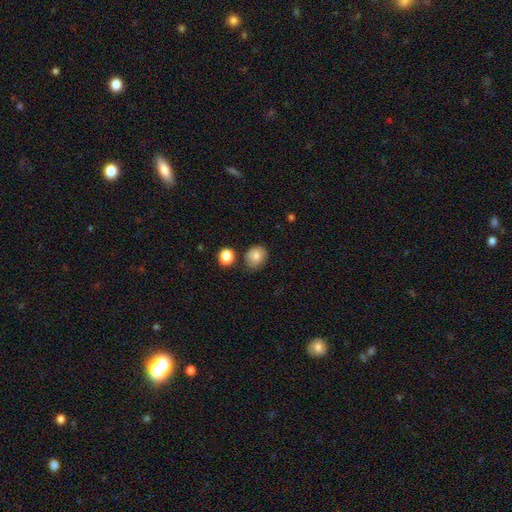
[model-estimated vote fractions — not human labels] Smooth or featured? smooth (82%)
How rounded? round (67%)
Merging? none (75%)